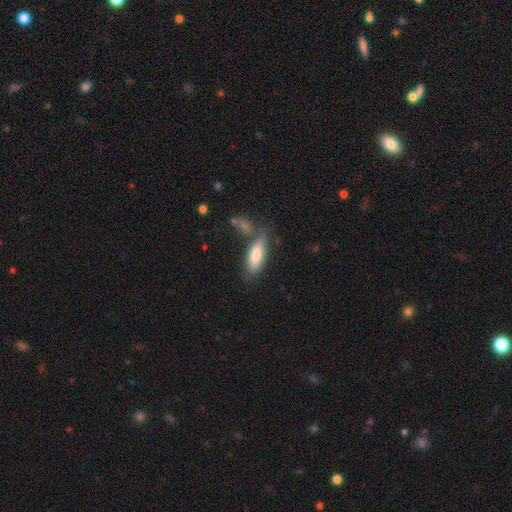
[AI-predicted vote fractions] This appears to be a smooth galaxy with no disk features (81%) that is in between round and cigar-shaped (70%). Merging: none (59%).